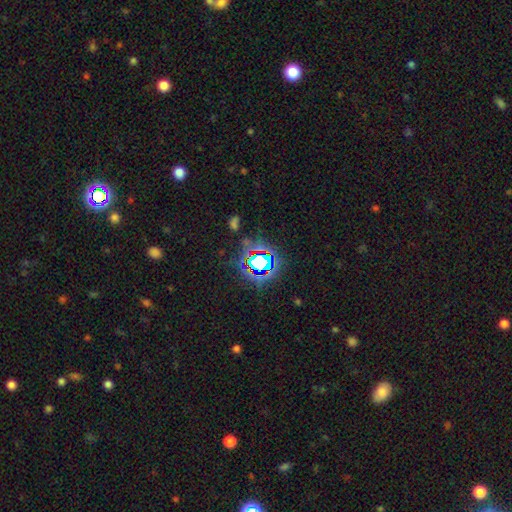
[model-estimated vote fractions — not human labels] Smooth or featured: star or artifact — 78% (smooth — 14%)